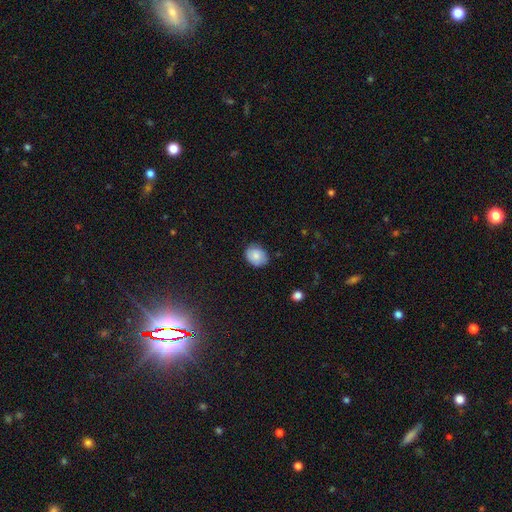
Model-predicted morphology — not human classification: A smooth galaxy with no disk features (83%) that is round (50%).

Vote fractions:
- Smooth or featured? smooth: 83% / featured or disk: 9% / star or artifact: 8%
- How rounded? round: 50% / in between: 49% / cigar-shaped: 1%
- Merging? none: 80% / minor disturbance: 16% / major disturbance: 3% / merger: 1%